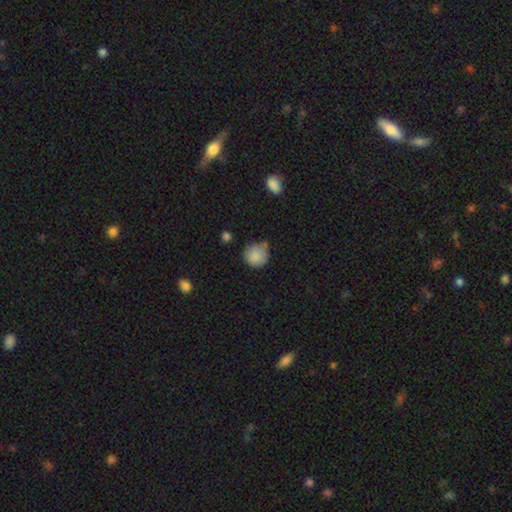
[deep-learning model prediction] smooth-or-featured: smooth: 86% | star or artifact: 8% | featured or disk: 6%
  how-rounded: round: 90% | in between: 9% | cigar-shaped: 1%
  merging: none: 62% | minor disturbance: 27% | major disturbance: 6% | merger: 5%